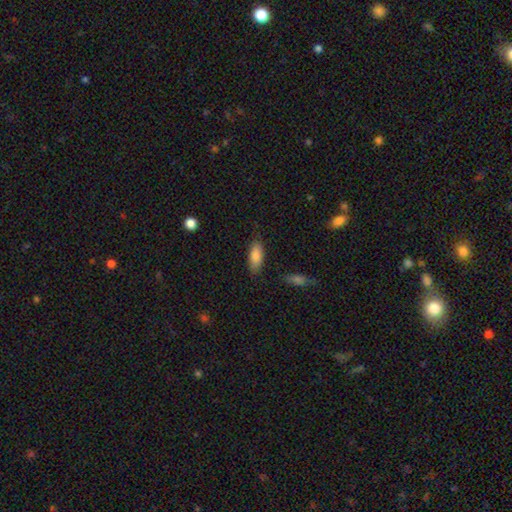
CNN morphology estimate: Smooth or featured? Predicted: smooth (p=0.86). How rounded? Predicted: in between (p=0.82). Merging? Predicted: none (p=0.81).